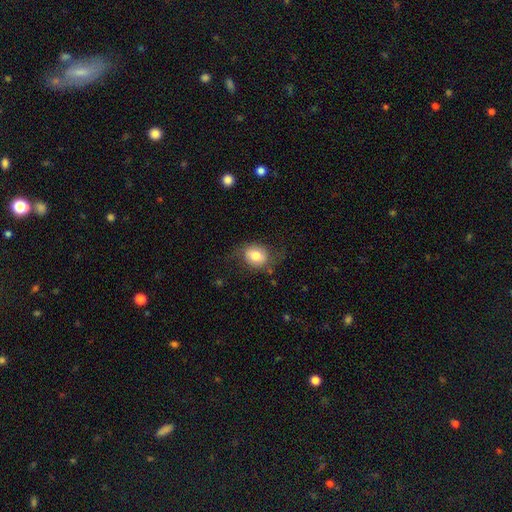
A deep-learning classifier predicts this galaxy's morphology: Smooth or featured: smooth — 72% (featured or disk — 20%)
How rounded: round — 57% (in between — 42%)
Merging: none — 63% (minor disturbance — 23%)